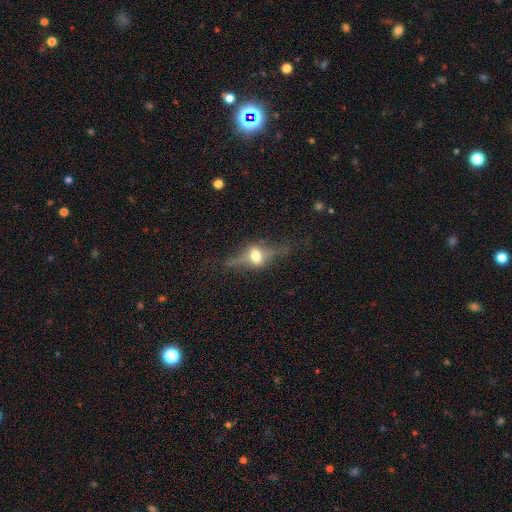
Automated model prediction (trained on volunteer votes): This appears to be a featured or disk galaxy (66%) viewed edge-on (85%) with a rounded central bulge (92%). Merging: none (64%).